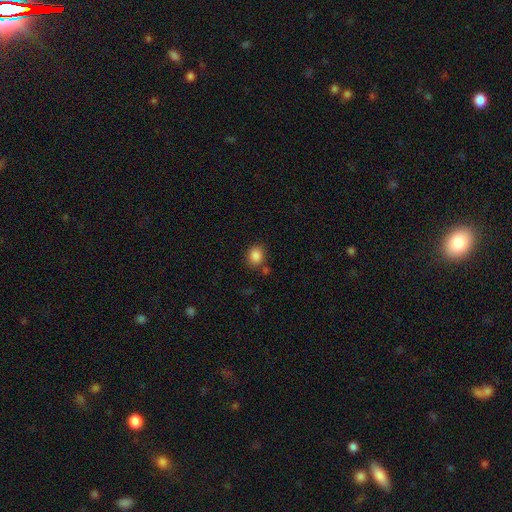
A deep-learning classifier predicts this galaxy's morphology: smooth 86%, star or artifact 10%, featured or disk 4%. Down the decision tree: how rounded — round (64%); merging — none (76%).